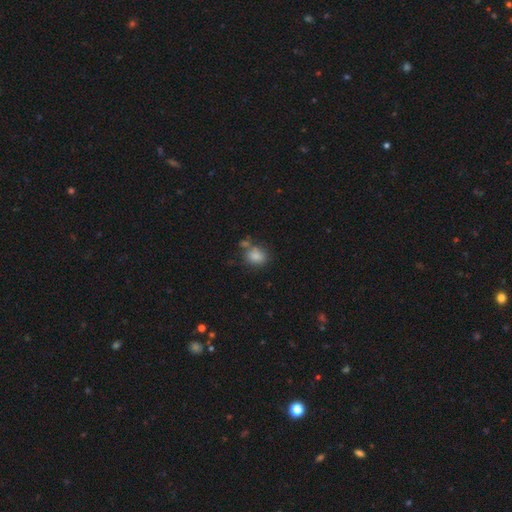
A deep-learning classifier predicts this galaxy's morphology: This appears to be a smooth galaxy with no disk features (83%) that is round (53%). Merging: none (61%).